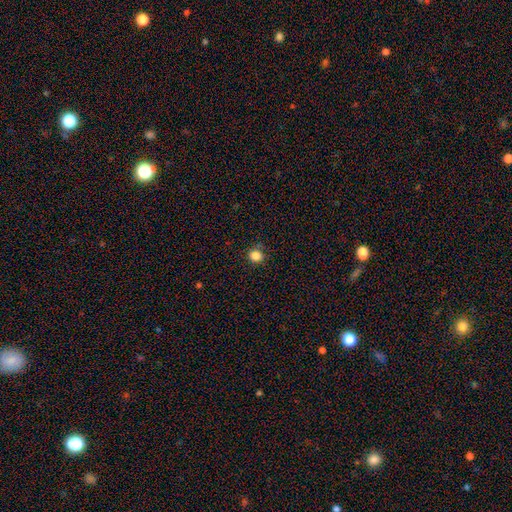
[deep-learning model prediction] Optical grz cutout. It shows a smooth galaxy with no disk features (84%) that is round (84%). Merging: none (87%).